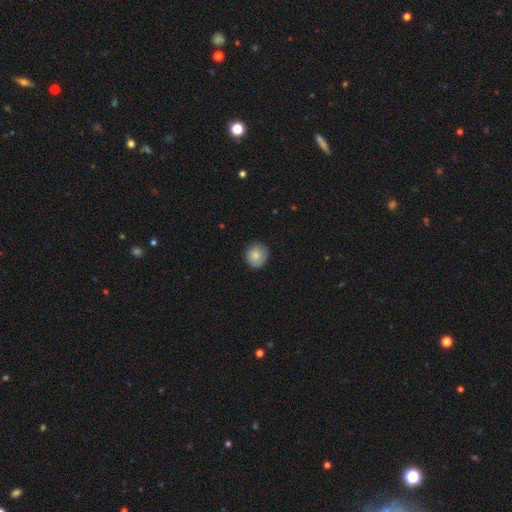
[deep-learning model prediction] Smooth or featured? smooth (82%)
How rounded? round (89%)
Merging? none (84%)